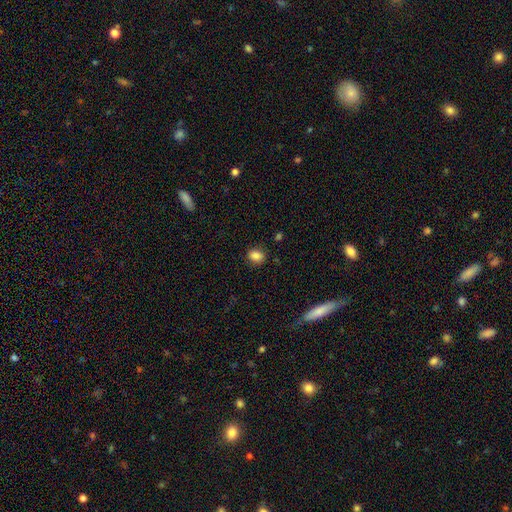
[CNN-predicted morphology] Smooth or featured?
  - smooth: 86% *
  - star or artifact: 10%
  - featured or disk: 4%
How rounded?
  - in between: 60% *
  - round: 38%
  - cigar-shaped: 1%
Merging?
  - none: 86% *
  - minor disturbance: 10%
  - major disturbance: 3%
  - merger: 1%